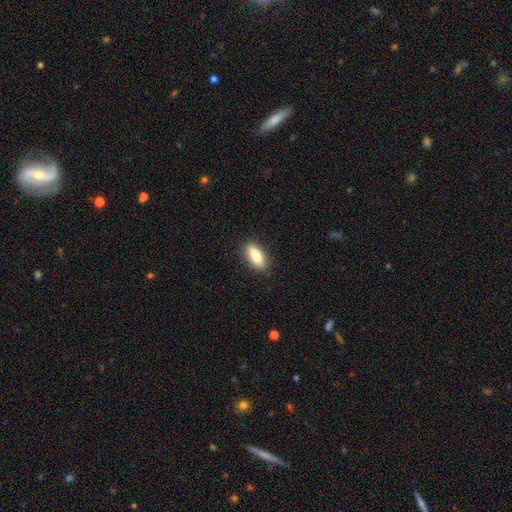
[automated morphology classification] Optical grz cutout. It shows a smooth galaxy with no disk features (83%) that is in between round and cigar-shaped (77%). Merging: none (86%).